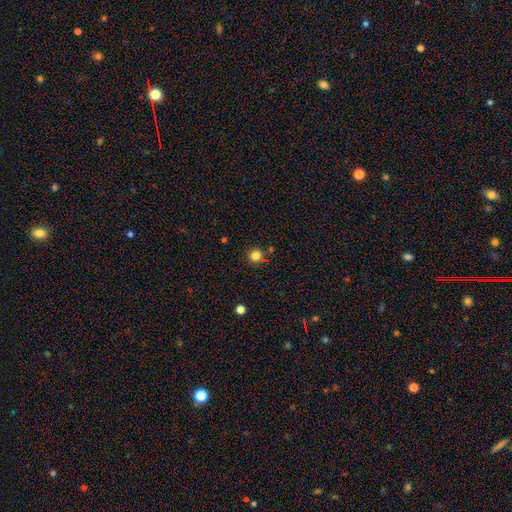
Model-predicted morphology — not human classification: Overall: smooth (81%). How rounded: round (95%). Merging: none (85%).